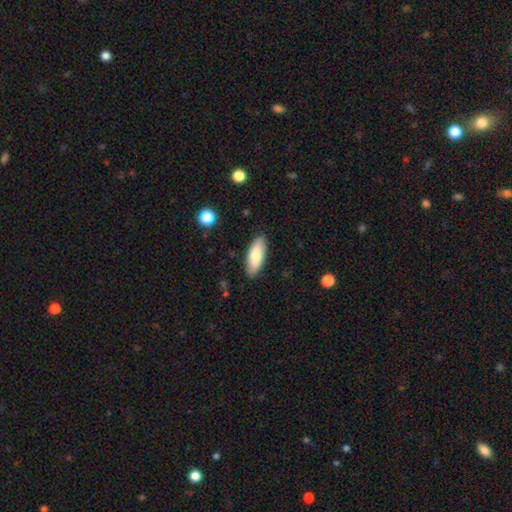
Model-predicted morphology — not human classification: A smooth galaxy with no disk features (81%) that is in between round and cigar-shaped (73%).

Vote fractions:
- Smooth or featured? smooth: 81% / featured or disk: 14% / star or artifact: 6%
- How rounded? in between: 73% / cigar-shaped: 26% / round: 2%
- Merging? none: 87% / minor disturbance: 10% / major disturbance: 2% / merger: 1%